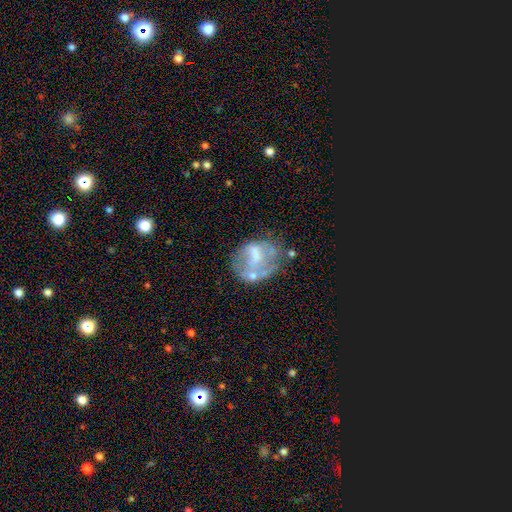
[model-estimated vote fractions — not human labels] A featured or disk galaxy (58%) with no bar (65%), no spiral arms (75%) and no central bulge (38%). Merging: none (42%).